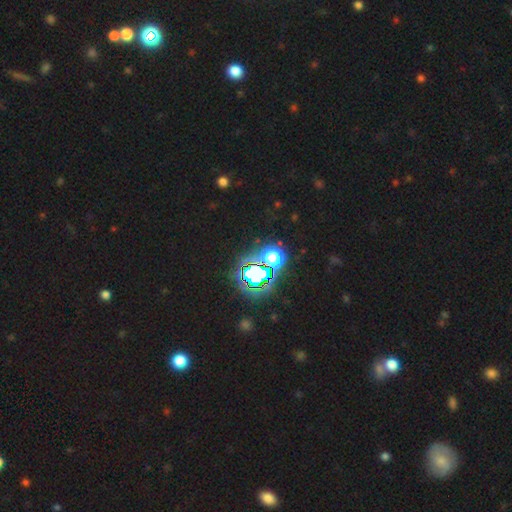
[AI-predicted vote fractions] Smooth or featured? Predicted: star or artifact (p=0.80).